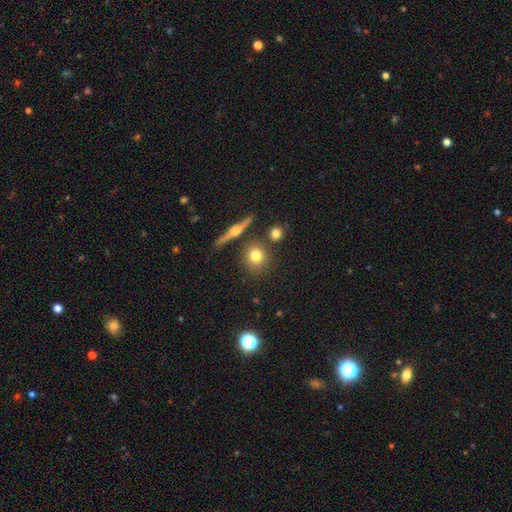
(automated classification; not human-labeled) A smooth galaxy with no disk features (72%) that is round (85%). Merging: none (79%).